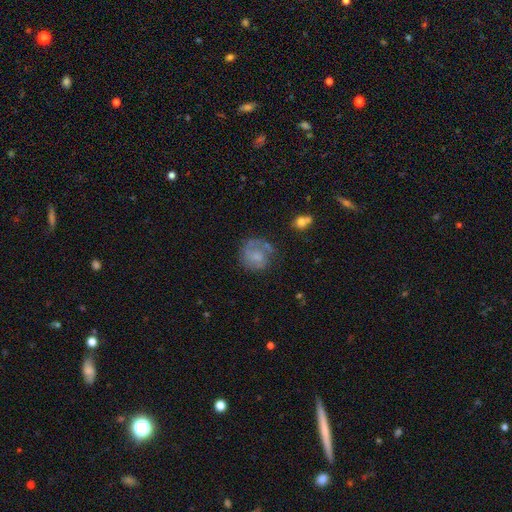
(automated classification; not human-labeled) smooth_or_featured: featured or disk (p=0.52) [alt: smooth p=0.39]
disk_edge_on: no (p=0.98) [alt: yes p=0.02]
bar: no (p=0.65) [alt: weak p=0.30]
has_spiral_arms: yes (p=0.77) [alt: no p=0.23]
bulge_size: none (p=0.33) [alt: small p=0.30]
merging: none (p=0.58) [alt: minor disturbance p=0.21]